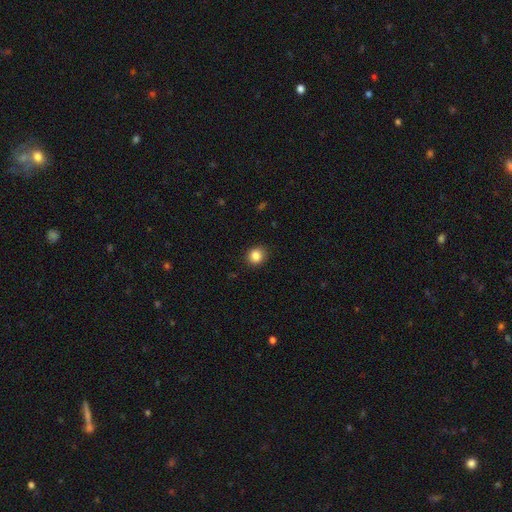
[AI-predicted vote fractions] Overall: smooth (85%). How rounded: round (78%). Merging: none (88%).